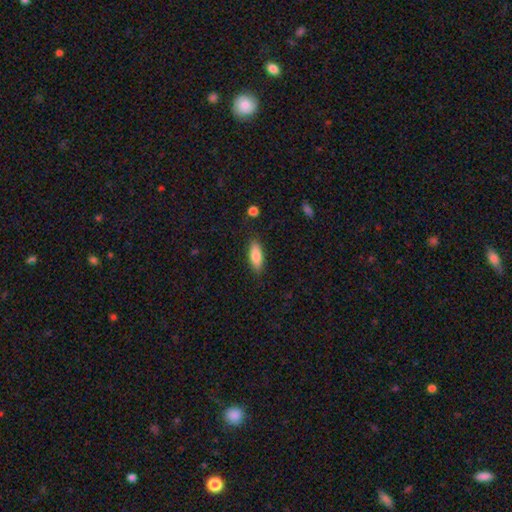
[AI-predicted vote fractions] Q: Smooth or featured?
A: smooth (82%); runner-up: featured or disk (12%)
Q: How rounded?
A: in between (66%); runner-up: cigar-shaped (31%)
Q: Merging?
A: none (85%); runner-up: minor disturbance (11%)